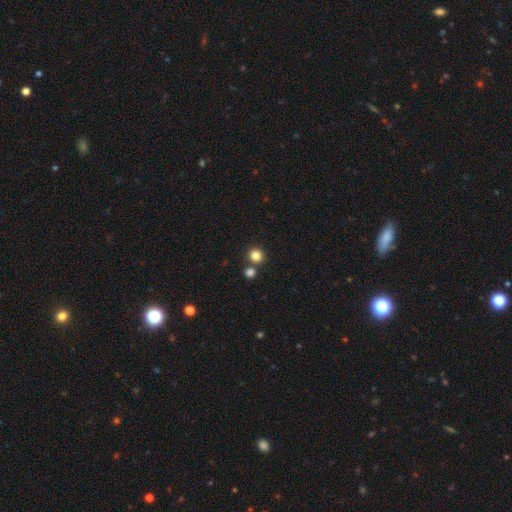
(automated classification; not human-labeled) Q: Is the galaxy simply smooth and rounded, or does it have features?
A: smooth — 83%.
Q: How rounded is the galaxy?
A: round — 94%.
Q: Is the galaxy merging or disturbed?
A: none — 77%.